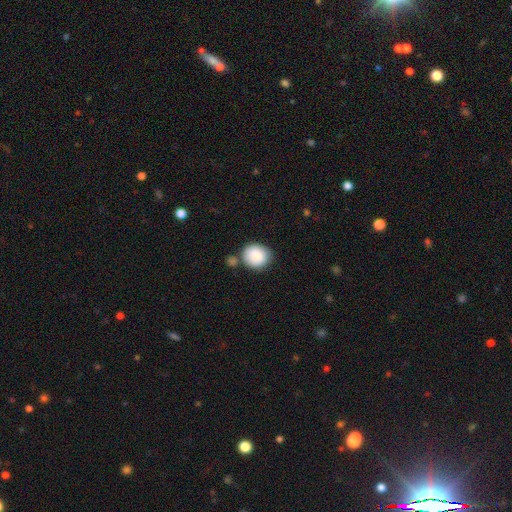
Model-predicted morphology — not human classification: Smooth or featured? smooth (88%)
How rounded? round (74%)
Merging? none (65%)